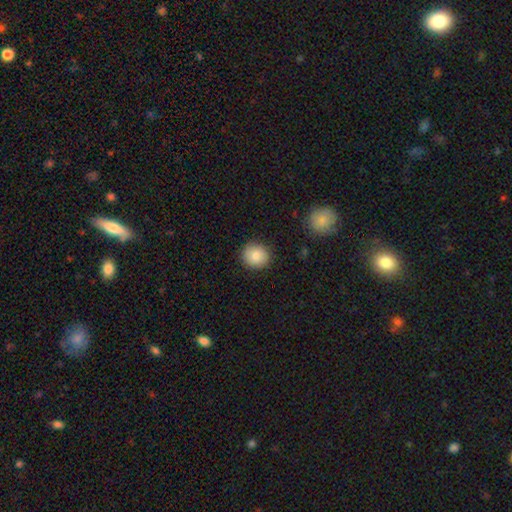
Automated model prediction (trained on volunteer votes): This is clearly a smooth galaxy (85%). How rounded: clearly round (89%). Merging: clearly none (89%).